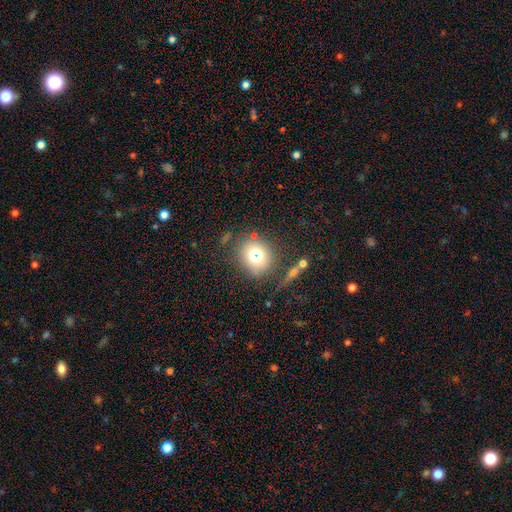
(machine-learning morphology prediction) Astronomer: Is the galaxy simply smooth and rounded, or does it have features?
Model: smooth — 70%.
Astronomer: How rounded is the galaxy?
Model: round — 81%.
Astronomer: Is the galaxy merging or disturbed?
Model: none — 74%.